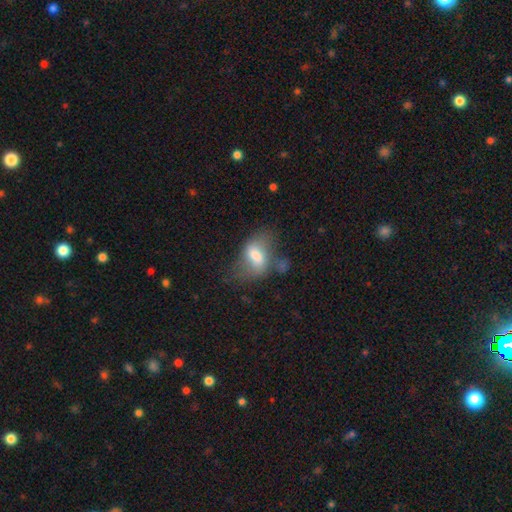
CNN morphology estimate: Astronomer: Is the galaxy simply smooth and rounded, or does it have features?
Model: smooth — 60%.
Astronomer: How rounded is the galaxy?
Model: in between — 85%.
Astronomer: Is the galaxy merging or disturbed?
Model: none — 38% (runner-up: minor disturbance, 27%).